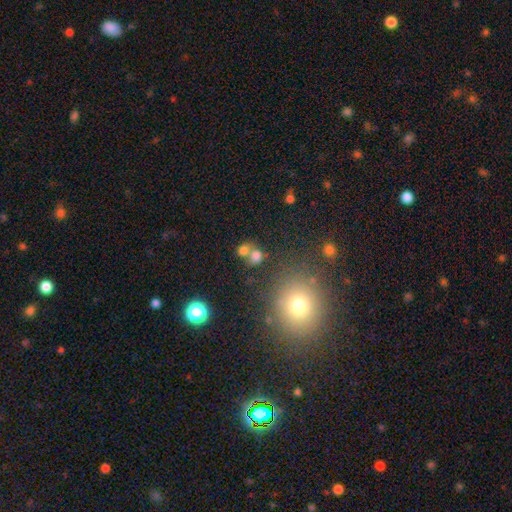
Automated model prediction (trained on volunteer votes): smooth_or_featured: smooth (p=0.72) [alt: star or artifact p=0.17]
how_rounded: round (p=0.72) [alt: in between p=0.27]
merging: none (p=0.44) [alt: merger p=0.43]